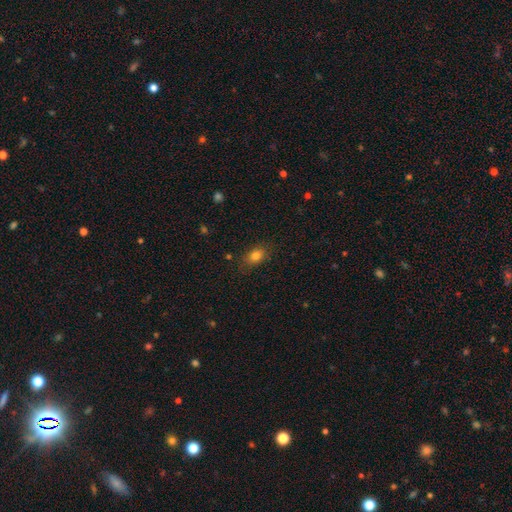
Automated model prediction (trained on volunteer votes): smooth_or_featured: smooth (p=0.81) [alt: star or artifact p=0.11]
how_rounded: in between (p=0.78) [alt: round p=0.19]
merging: none (p=0.79) [alt: minor disturbance p=0.15]